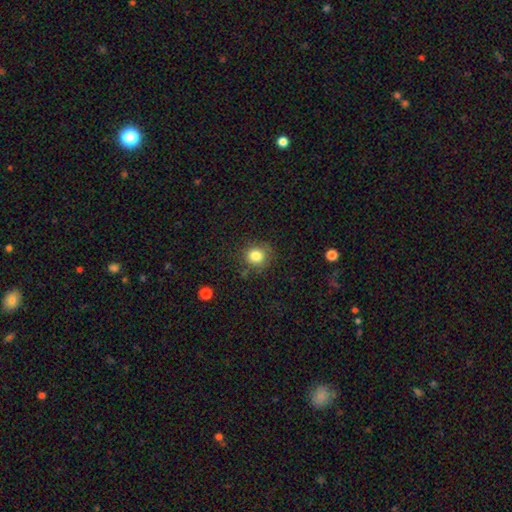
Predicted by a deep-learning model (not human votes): Smooth or featured? smooth (82%)
How rounded? round (86%)
Merging? none (79%)